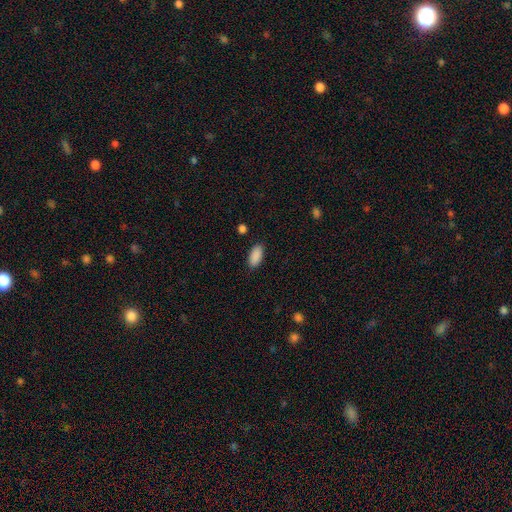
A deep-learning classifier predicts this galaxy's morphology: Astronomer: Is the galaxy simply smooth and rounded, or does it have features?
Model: smooth — 90%.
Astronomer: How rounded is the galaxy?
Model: in between — 92%.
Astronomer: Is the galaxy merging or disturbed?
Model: none — 88%.